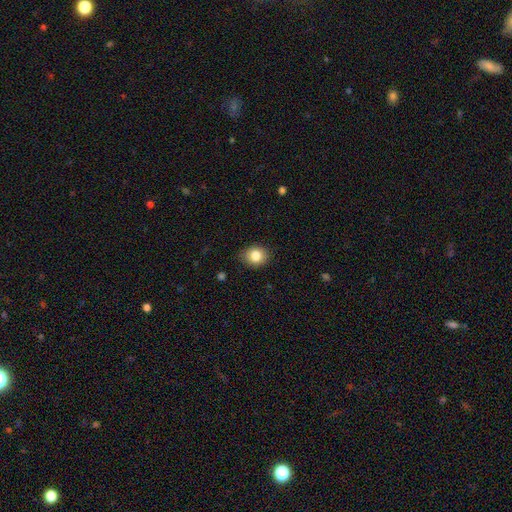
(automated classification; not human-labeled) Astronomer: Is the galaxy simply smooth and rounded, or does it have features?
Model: smooth — 83%.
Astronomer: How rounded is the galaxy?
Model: round — 58% (runner-up: in between, 41%).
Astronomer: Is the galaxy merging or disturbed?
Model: none — 83%.